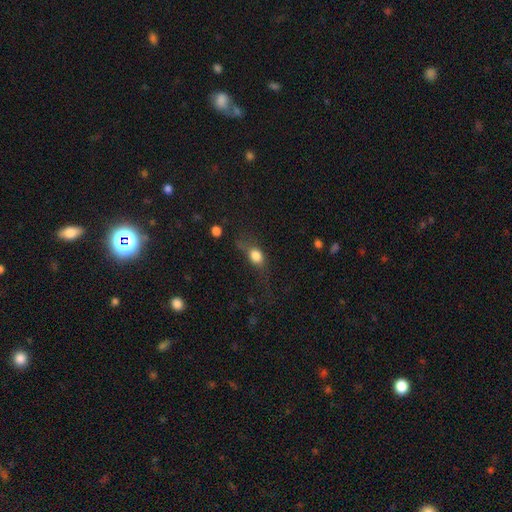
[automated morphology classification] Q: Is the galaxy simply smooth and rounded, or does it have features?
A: smooth — 75%.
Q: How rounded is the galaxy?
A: in between — 51%.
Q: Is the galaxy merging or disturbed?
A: none — 41%.